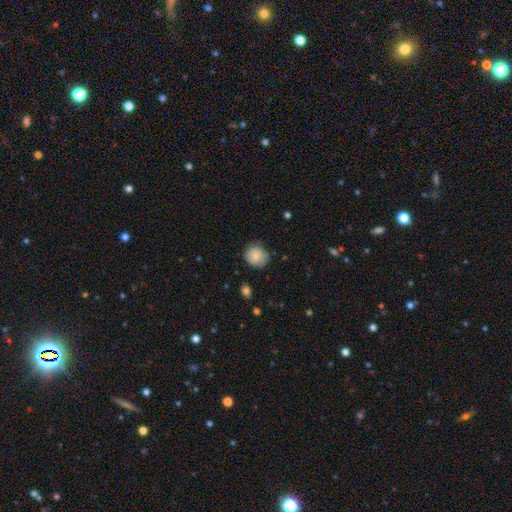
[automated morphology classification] type=smooth (80%); roundness=round (86%); merging=none (74%).